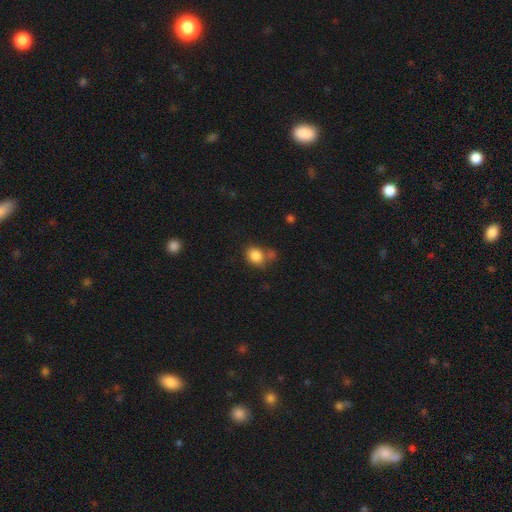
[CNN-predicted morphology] A smooth galaxy with no disk features (85%) that is round (57%). Merging: none (58%).